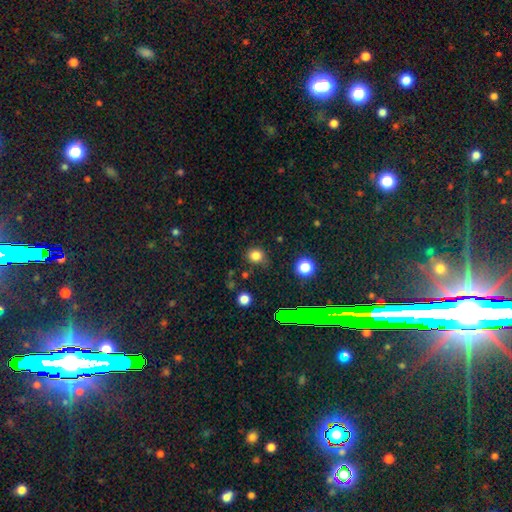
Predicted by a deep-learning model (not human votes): This is likely a smooth galaxy (80%). How rounded: clearly round (83%). Merging: likely none (77%).